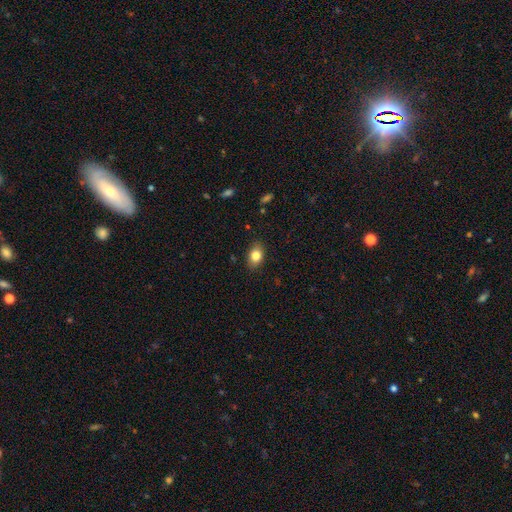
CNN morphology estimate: smooth 82%, featured or disk 10%, star or artifact 9%. Down the decision tree: how rounded — in between (80%); merging — none (85%).